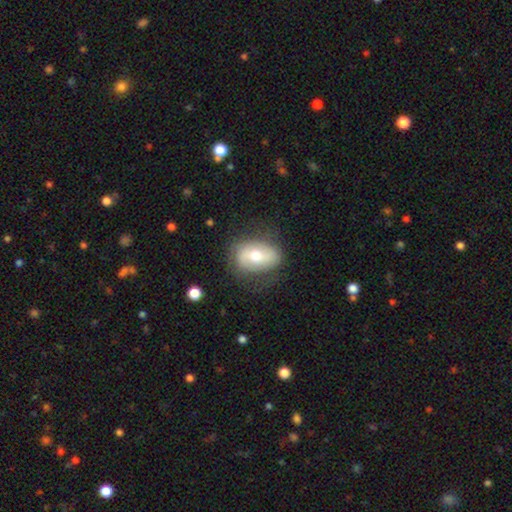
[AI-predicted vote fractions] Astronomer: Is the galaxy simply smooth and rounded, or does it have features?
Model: smooth — 47% (runner-up: featured or disk, 46%).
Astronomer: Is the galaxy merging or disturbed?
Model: none — 72%.